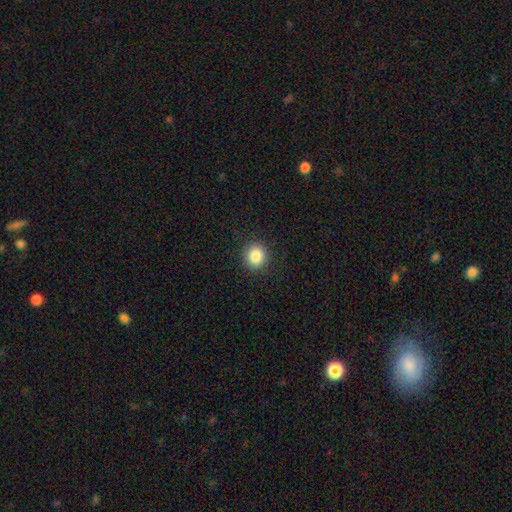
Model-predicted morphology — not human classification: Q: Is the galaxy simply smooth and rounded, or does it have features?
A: smooth — 86%.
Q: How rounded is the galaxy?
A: round — 84%.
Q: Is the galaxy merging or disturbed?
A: none — 90%.